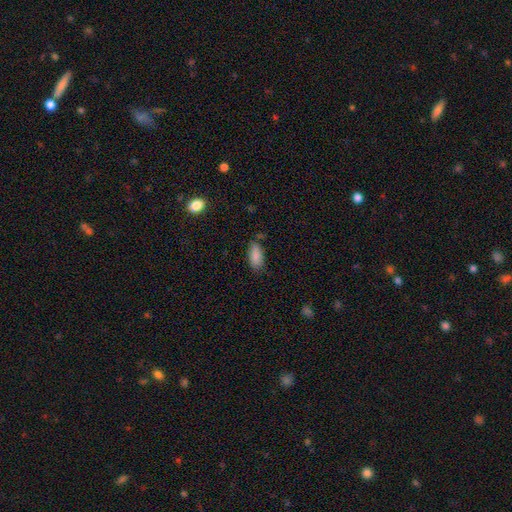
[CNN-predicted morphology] Overall: smooth (88%). How rounded: in between (87%). Merging: none (75%).